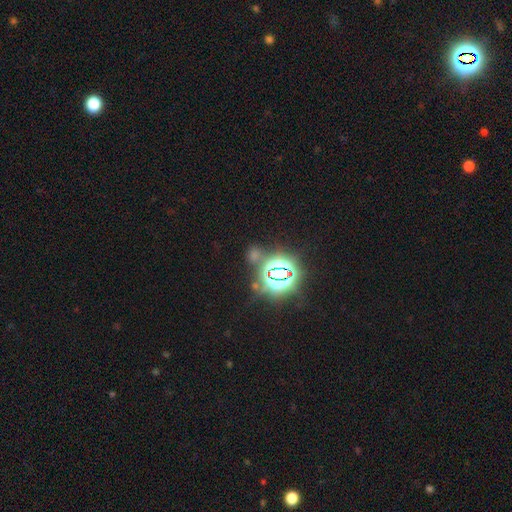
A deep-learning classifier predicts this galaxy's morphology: This appears to be a star or artifact, not a galaxy (78%).